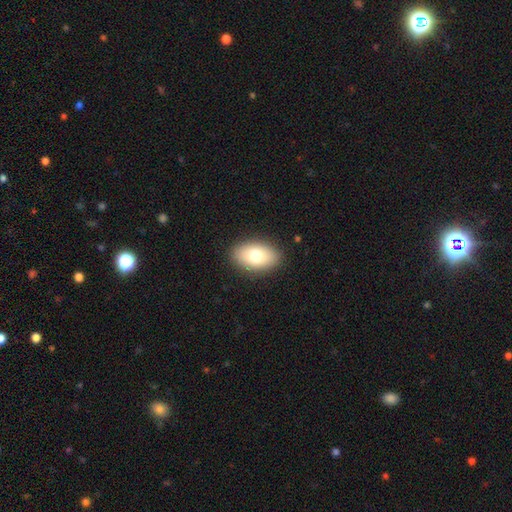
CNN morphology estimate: A smooth galaxy with no disk features (76%) that is in between round and cigar-shaped (91%). Merging: none (88%).